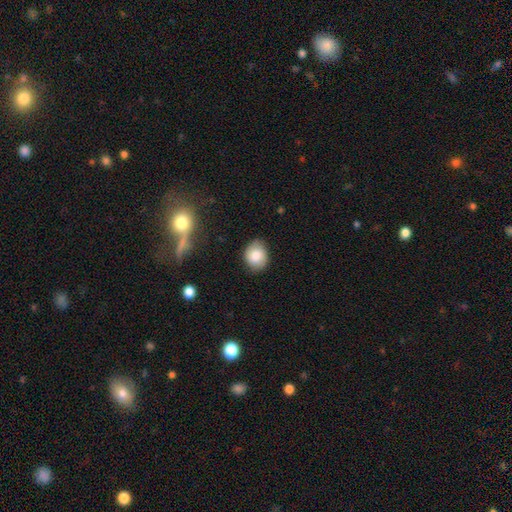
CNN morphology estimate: Smooth or featured? smooth (80%)
How rounded? round (54%)
Merging? none (80%)